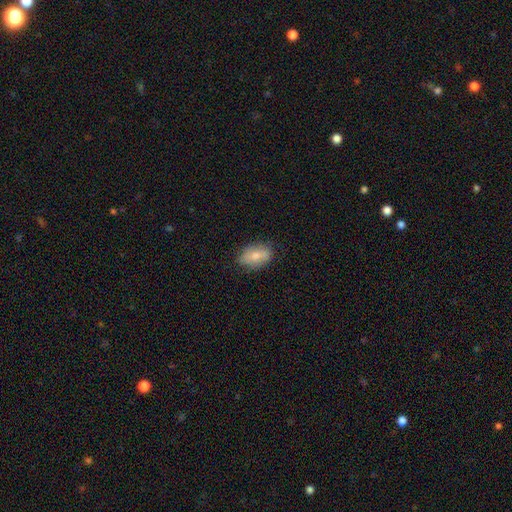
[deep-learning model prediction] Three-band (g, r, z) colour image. It shows a smooth galaxy with no disk features (70%) that is in between round and cigar-shaped (88%). Merging: none (77%).